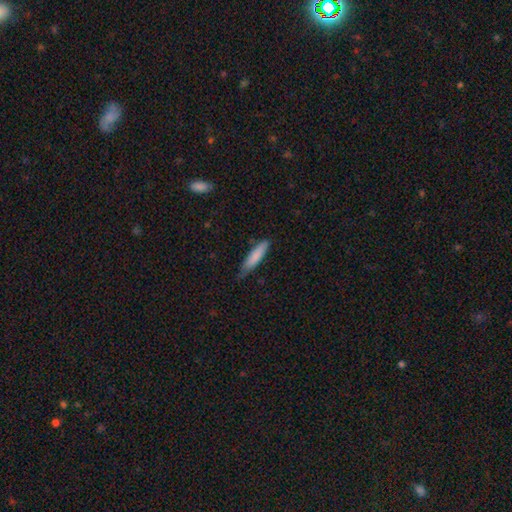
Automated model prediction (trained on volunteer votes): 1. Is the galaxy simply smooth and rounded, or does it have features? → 80% smooth, 14% featured or disk, 6% star or artifact.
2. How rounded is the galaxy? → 79% cigar-shaped, 20% in between, 1% round.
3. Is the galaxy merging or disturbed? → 67% none, 27% minor disturbance, 4% major disturbance, 2% merger.